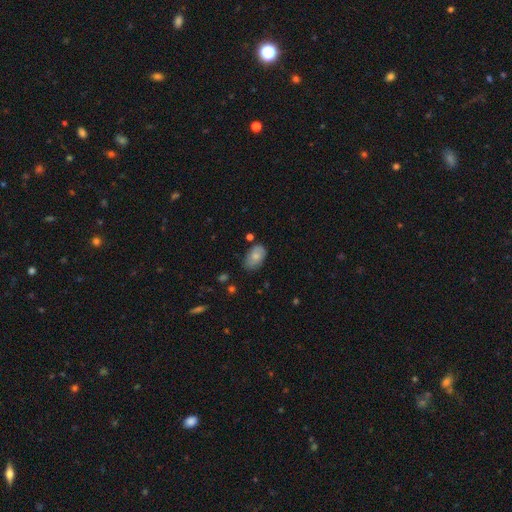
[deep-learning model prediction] This is likely a smooth galaxy (76%). How rounded: clearly in between (91%). Merging: likely none (67%).